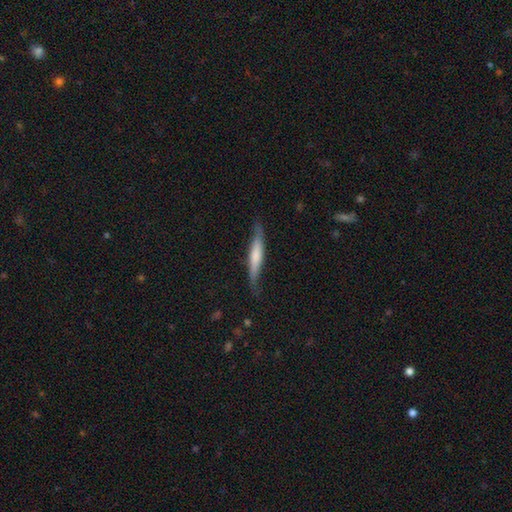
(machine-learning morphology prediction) The model was most divided on "smooth or featured": smooth: 55%, featured or disk: 40%, star or artifact: 5%. More confident: how rounded — cigar-shaped (90%); merging — none (74%).